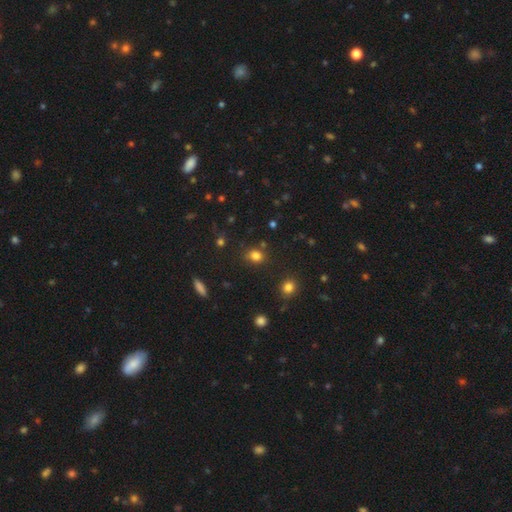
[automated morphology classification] Smooth or featured: smooth — 79% (star or artifact — 15%)
How rounded: round — 58% (in between — 41%)
Merging: none — 76% (minor disturbance — 14%)